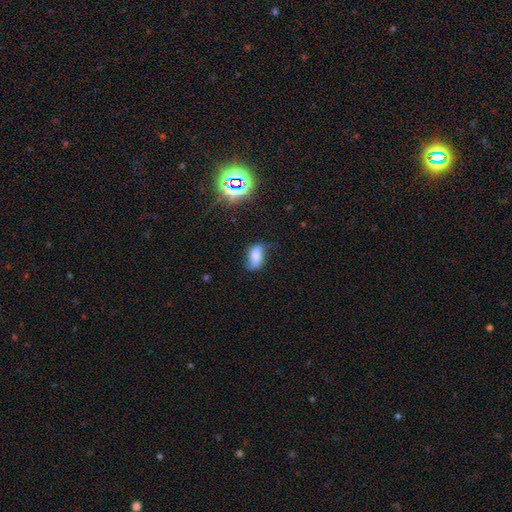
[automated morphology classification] smooth-or-featured: smooth: 58% | featured or disk: 30% | star or artifact: 13%
  how-rounded: in between: 87% | round: 8% | cigar-shaped: 5%
  merging: none: 57% | minor disturbance: 30% | major disturbance: 11% | merger: 2%